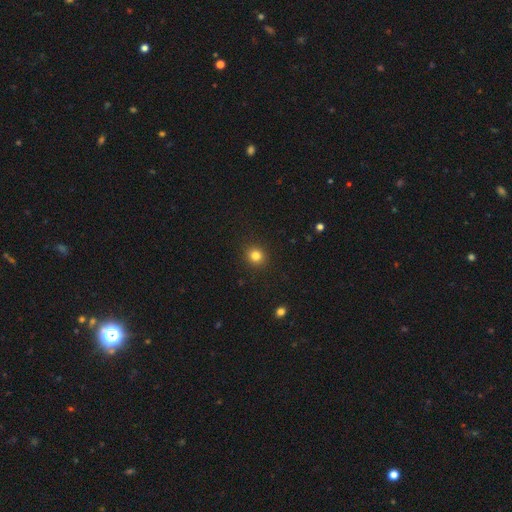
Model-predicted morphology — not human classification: A smooth galaxy with no disk features (82%) that is round (86%). Merging: none (91%).